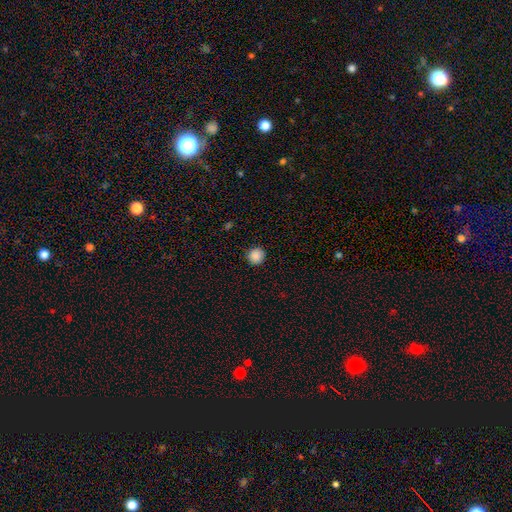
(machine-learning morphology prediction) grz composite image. It shows a smooth galaxy with no disk features (88%) that is round (93%). Merging: none (91%).